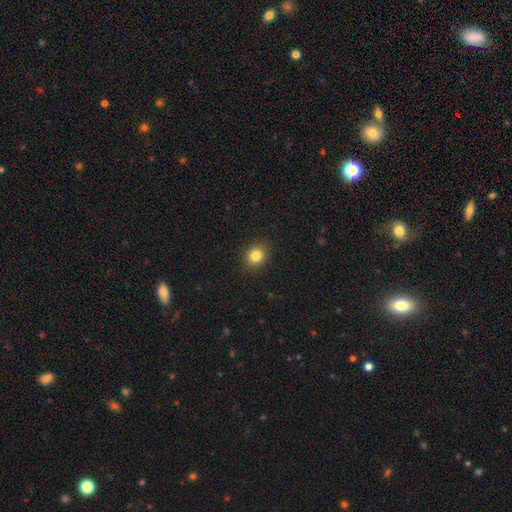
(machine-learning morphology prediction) A smooth galaxy with no disk features (83%) that is round (66%). Merging: none (90%).